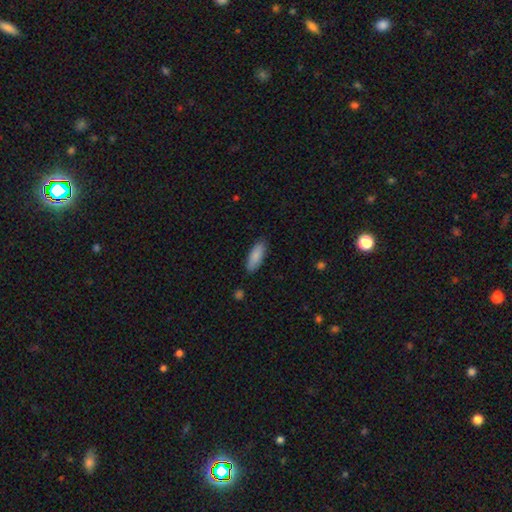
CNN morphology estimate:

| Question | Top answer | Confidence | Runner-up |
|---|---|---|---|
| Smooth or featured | smooth | 85% | featured or disk (9%) |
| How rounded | in between | 73% | cigar-shaped (26%) |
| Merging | none | 86% | minor disturbance (11%) |